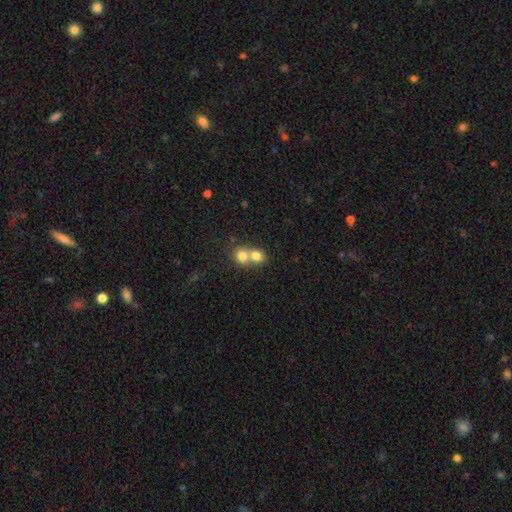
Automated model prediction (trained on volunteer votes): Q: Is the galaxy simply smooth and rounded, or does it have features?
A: smooth — 76%.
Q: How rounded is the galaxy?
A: round — 67%.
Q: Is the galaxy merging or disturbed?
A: merger — 69%.